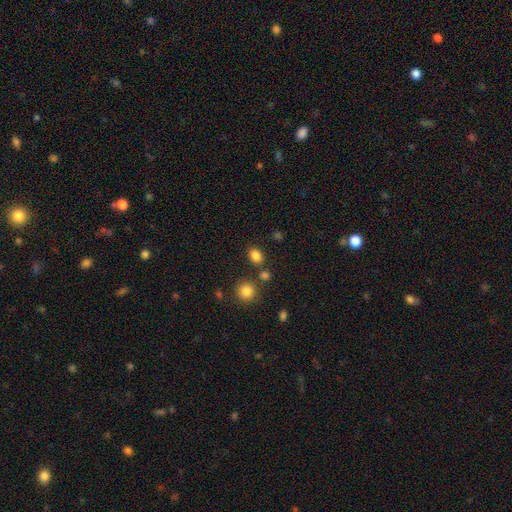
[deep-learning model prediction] Smooth or featured?
  - smooth: 84% *
  - star or artifact: 12%
  - featured or disk: 5%
How rounded?
  - in between: 69% *
  - round: 30%
  - cigar-shaped: 1%
Merging?
  - none: 78% *
  - minor disturbance: 10%
  - merger: 9%
  - major disturbance: 3%